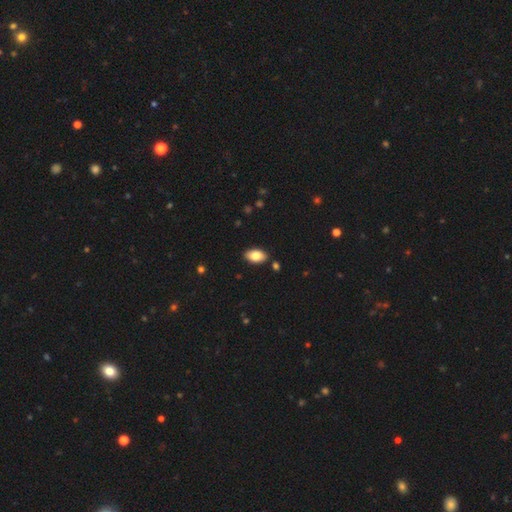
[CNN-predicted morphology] A smooth galaxy with no disk features (81%) that is in between round and cigar-shaped (93%).

Vote fractions:
- Smooth or featured? smooth: 81% / featured or disk: 11% / star or artifact: 7%
- How rounded? in between: 93% / round: 5% / cigar-shaped: 2%
- Merging? none: 87% / minor disturbance: 9% / merger: 2% / major disturbance: 2%